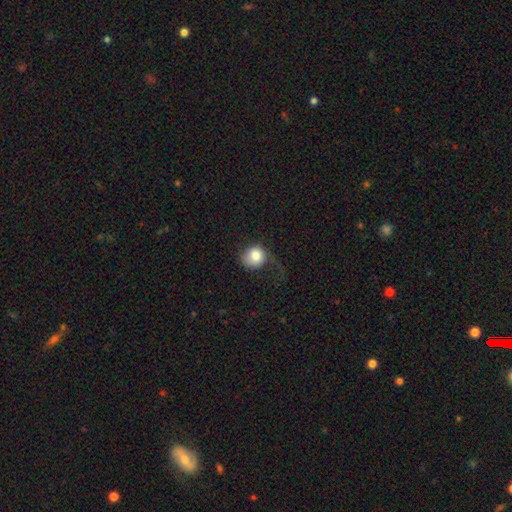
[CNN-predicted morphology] Smooth or featured?
  - smooth: 76% *
  - featured or disk: 16%
  - star or artifact: 8%
How rounded?
  - round: 77% *
  - in between: 22%
  - cigar-shaped: 1%
Merging?
  - major disturbance: 38% *
  - none: 35%
  - minor disturbance: 25%
  - merger: 2%